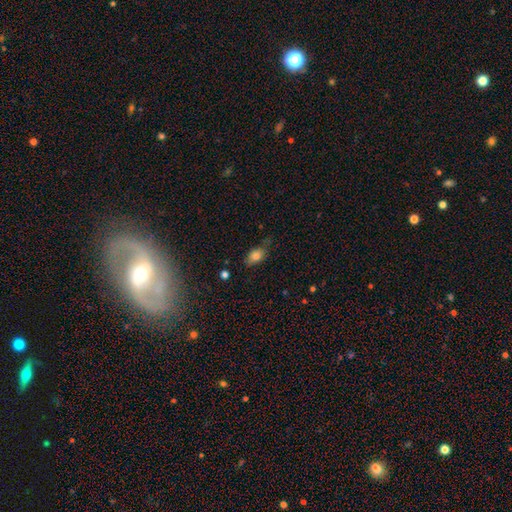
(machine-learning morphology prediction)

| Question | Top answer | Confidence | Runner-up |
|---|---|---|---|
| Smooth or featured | smooth | 80% | featured or disk (11%) |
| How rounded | in between | 86% | round (10%) |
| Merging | none | 66% | minor disturbance (26%) |